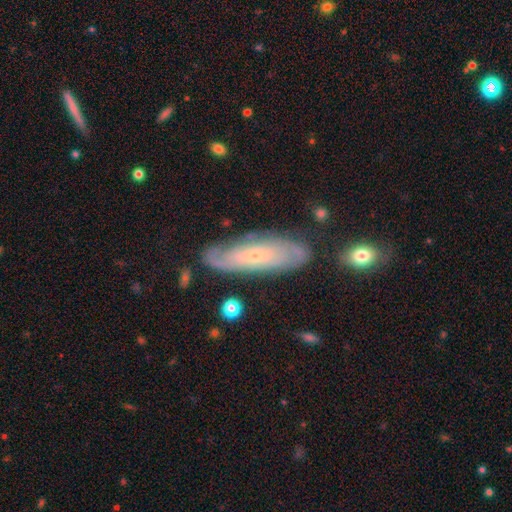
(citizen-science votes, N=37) Smooth or featured? 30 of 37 (81%) said featured or disk. Edge-on disk? 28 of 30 (93%) said no. Bar? 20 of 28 (71%) said no. Spiral arms? 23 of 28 (82%) said yes. Spiral winding? 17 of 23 (74%) said tight. Spiral arm count? 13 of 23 (57%) said 2. Bulge size? 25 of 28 (89%) said small. Merging? 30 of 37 (81%) said none.